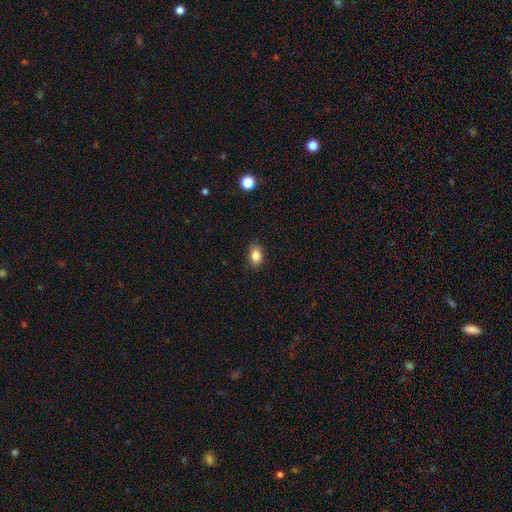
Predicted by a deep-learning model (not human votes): The model was most divided on "how rounded": in between: 79%, round: 20%, cigar-shaped: 1%. More confident: merging — none (86%); smooth or featured — smooth (84%).